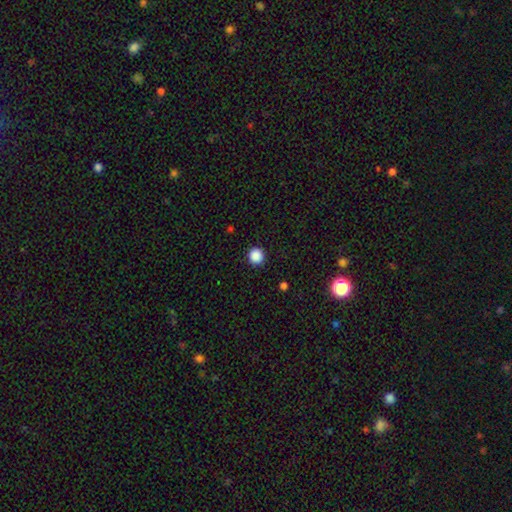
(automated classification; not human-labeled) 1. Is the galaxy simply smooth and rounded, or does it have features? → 87% smooth, 10% star or artifact, 2% featured or disk.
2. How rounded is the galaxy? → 95% round, 4% in between, 1% cigar-shaped.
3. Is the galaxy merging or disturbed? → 92% none, 5% minor disturbance, 2% major disturbance, 1% merger.